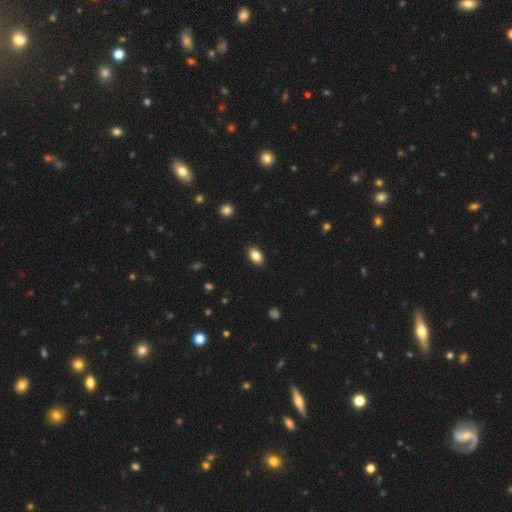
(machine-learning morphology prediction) Smooth or featured: smooth — 84% (star or artifact — 8%)
How rounded: in between — 89% (round — 9%)
Merging: none — 88% (minor disturbance — 9%)